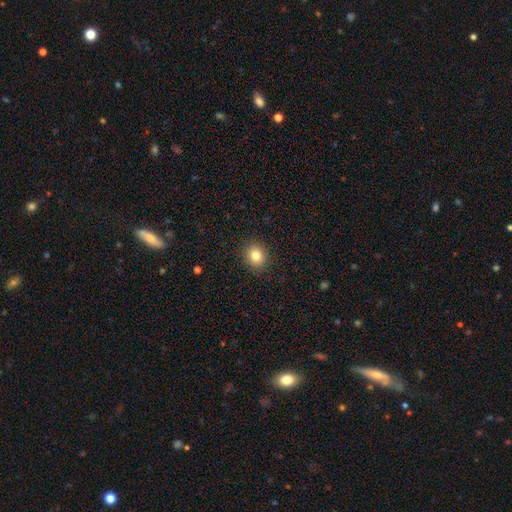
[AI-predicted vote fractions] This is clearly a smooth galaxy (82%). How rounded: likely round (77%). Merging: clearly none (90%).